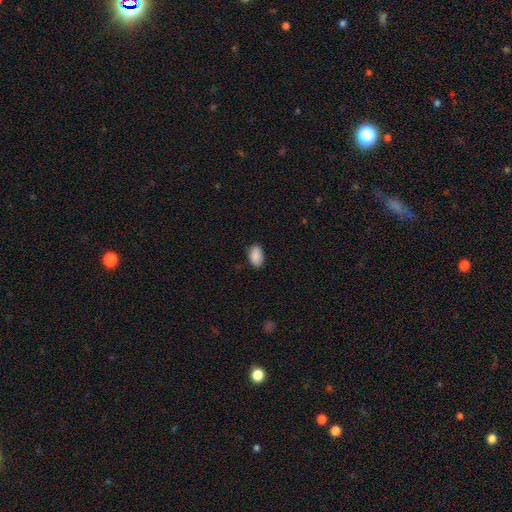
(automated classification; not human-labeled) Smooth or featured? Predicted: smooth (p=0.90). How rounded? Predicted: in between (p=0.93). Merging? Predicted: none (p=0.86).